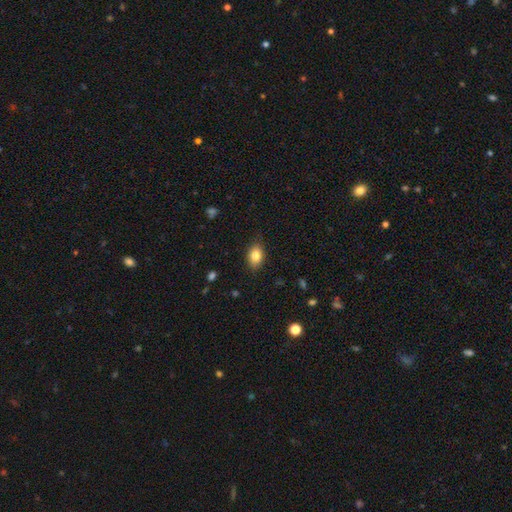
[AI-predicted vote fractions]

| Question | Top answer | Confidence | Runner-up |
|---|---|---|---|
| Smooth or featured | smooth | 84% | star or artifact (8%) |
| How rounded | in between | 84% | round (15%) |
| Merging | none | 83% | minor disturbance (13%) |